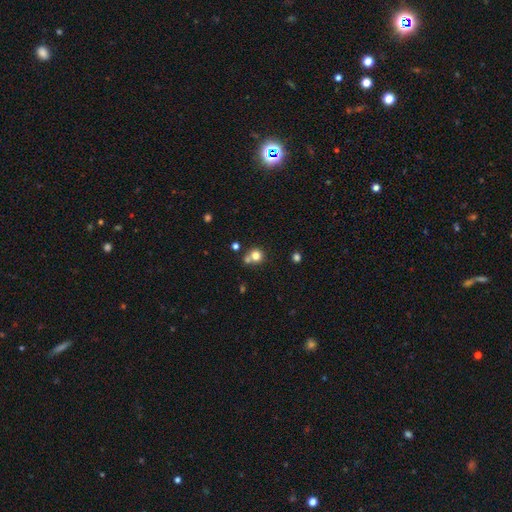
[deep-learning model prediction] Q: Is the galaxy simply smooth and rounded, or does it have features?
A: smooth — 77%.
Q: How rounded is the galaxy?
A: round — 87%.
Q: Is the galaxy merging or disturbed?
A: none — 55%.